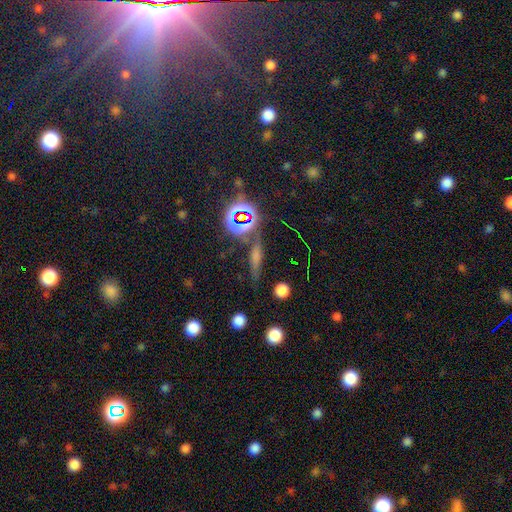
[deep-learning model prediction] Q: Smooth or featured?
A: star or artifact (60%); runner-up: smooth (22%)